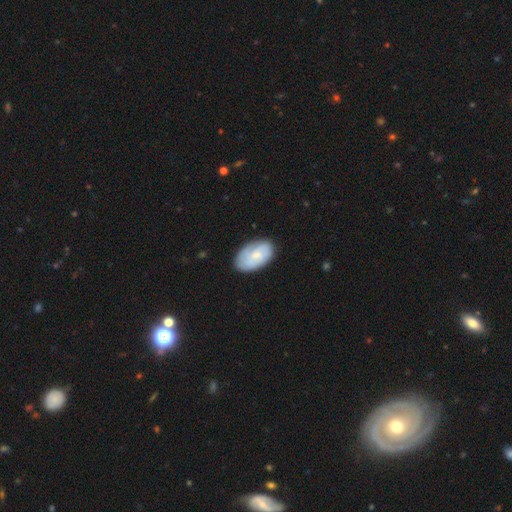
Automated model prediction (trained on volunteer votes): Smooth or featured: smooth — 62% (featured or disk — 32%)
How rounded: in between — 93% (round — 6%)
Merging: none — 76% (minor disturbance — 18%)